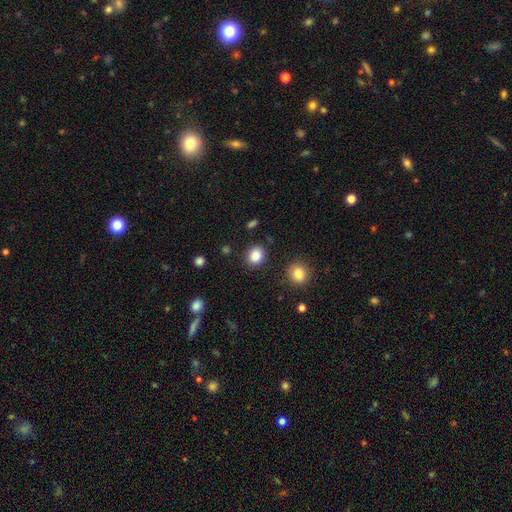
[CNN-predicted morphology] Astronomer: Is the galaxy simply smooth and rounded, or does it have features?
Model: smooth — 86%.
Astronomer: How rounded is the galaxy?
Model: round — 67%.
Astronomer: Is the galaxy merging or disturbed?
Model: none — 86%.